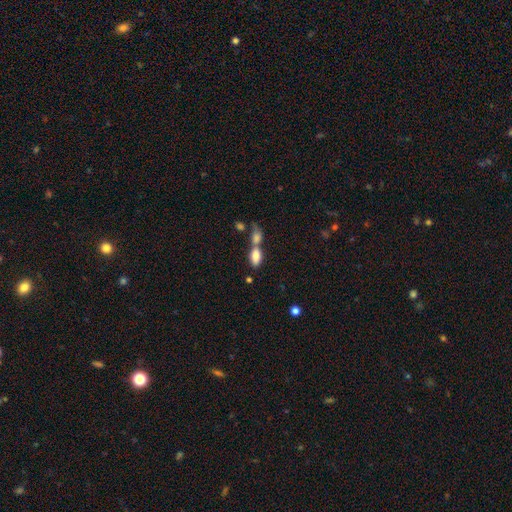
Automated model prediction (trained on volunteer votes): Smooth or featured? Predicted: smooth (p=0.80). How rounded? Predicted: in between (p=0.87). Merging? Predicted: merger (p=0.58).